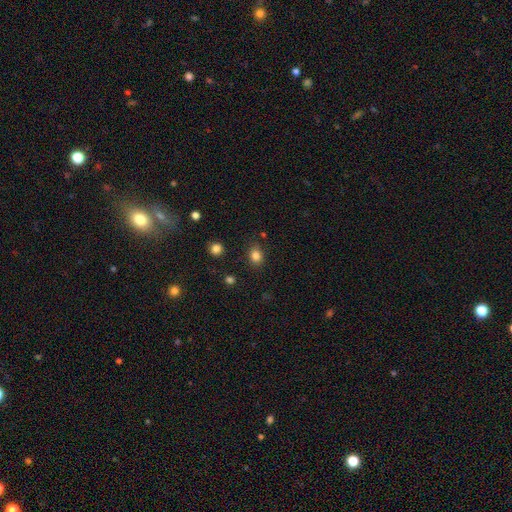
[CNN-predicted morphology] This appears to be a smooth galaxy with no disk features (83%) that is round (52%). Merging: none (83%).